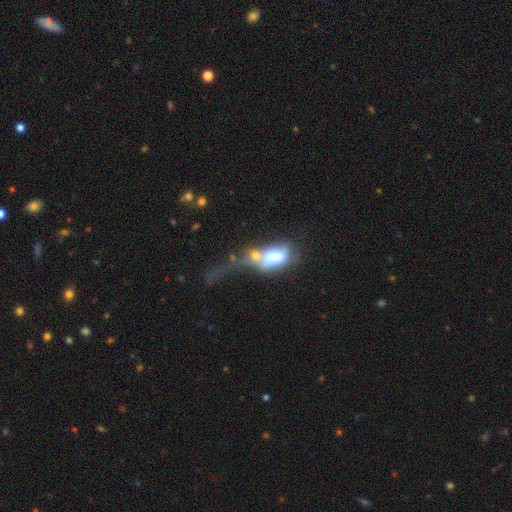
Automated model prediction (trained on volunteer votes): Smooth or featured?
  - smooth: 62% *
  - featured or disk: 29%
  - star or artifact: 9%
How rounded?
  - in between: 85% *
  - round: 9%
  - cigar-shaped: 6%
Merging?
  - merger: 49% *
  - major disturbance: 30%
  - none: 11%
  - minor disturbance: 10%